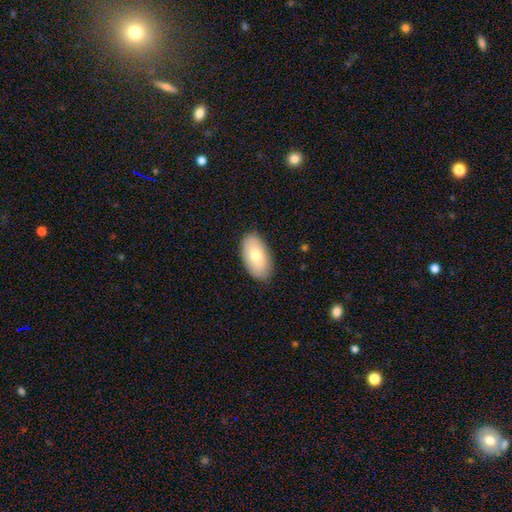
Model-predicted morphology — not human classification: smooth 75%, featured or disk 19%, star or artifact 6%. Down the decision tree: how rounded — in between (95%); merging — none (86%).